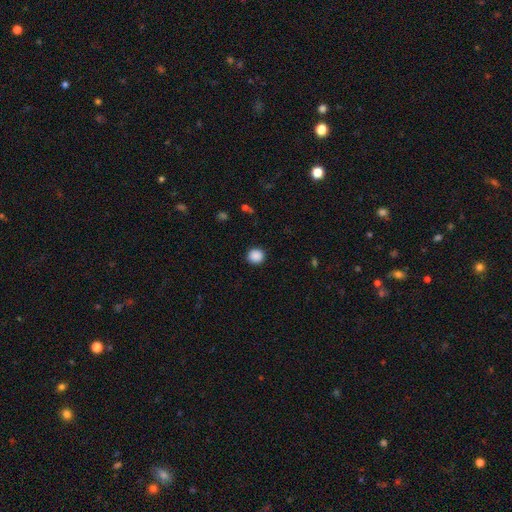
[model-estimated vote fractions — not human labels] This is clearly a smooth galaxy (88%). How rounded: clearly round (92%). Merging: clearly none (92%).